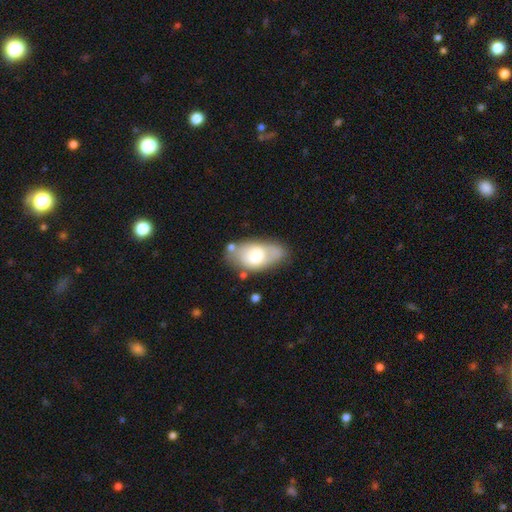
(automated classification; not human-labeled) smooth-or-featured: smooth: 59% | featured or disk: 35% | star or artifact: 6%
  how-rounded: in between: 92% | round: 5% | cigar-shaped: 3%
  merging: none: 61% | minor disturbance: 23% | merger: 9% | major disturbance: 8%